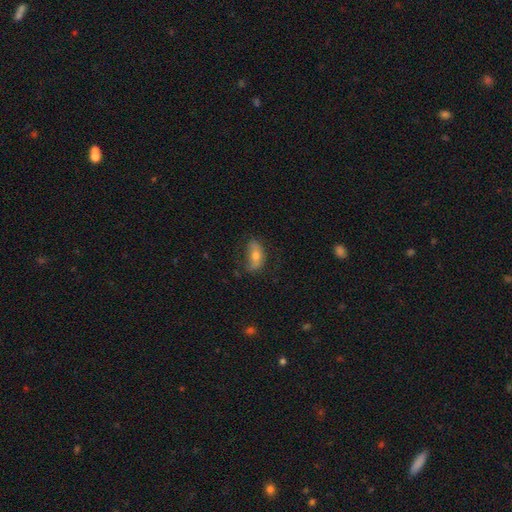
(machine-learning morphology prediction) A smooth galaxy with no disk features (55%) that is in between round and cigar-shaped (84%). Merging: none (57%).